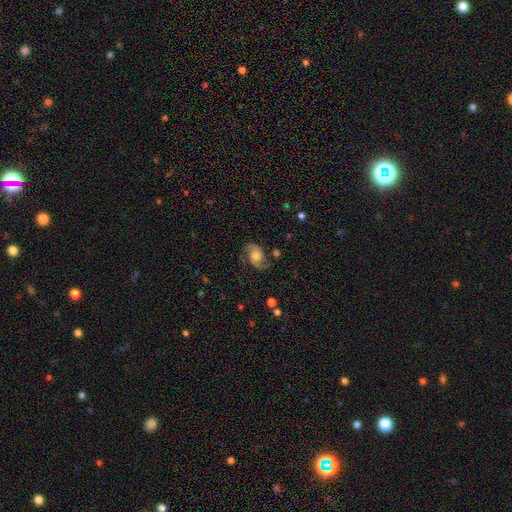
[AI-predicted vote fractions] Smooth or featured? featured or disk (82%)
Edge-on disk? no (98%)
Bar? no (65%)
Spiral arms? yes (96%)
Spiral winding? medium (50%)
Spiral arm count? 2 (92%)
Bulge size? moderate (43%)
Merging? none (75%)